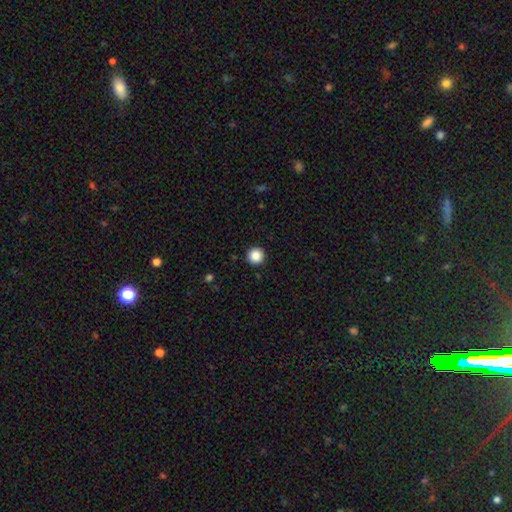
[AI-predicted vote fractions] smooth_or_featured: smooth (p=0.87) [alt: star or artifact p=0.10]
how_rounded: round (p=0.96) [alt: in between p=0.03]
merging: none (p=0.93) [alt: minor disturbance p=0.04]